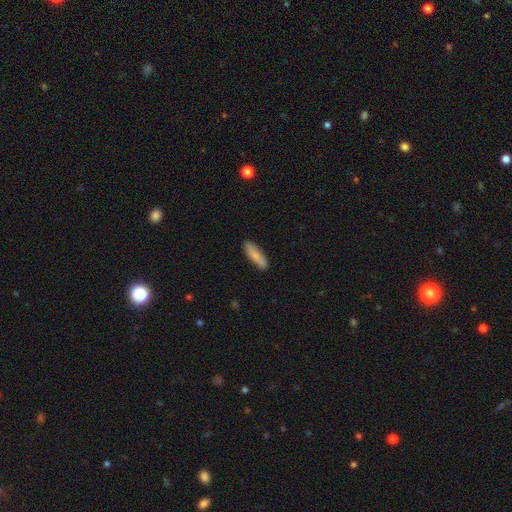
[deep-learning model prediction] smooth-or-featured: smooth: 79% | featured or disk: 16% | star or artifact: 6%
  how-rounded: cigar-shaped: 63% | in between: 35% | round: 2%
  merging: none: 85% | minor disturbance: 11% | major disturbance: 2% | merger: 1%